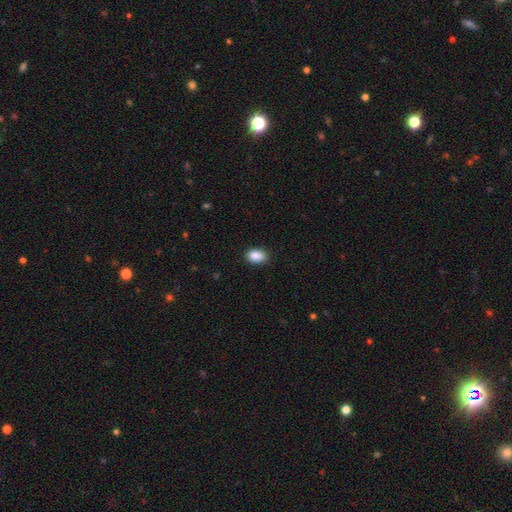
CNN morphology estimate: Smooth or featured: smooth — 89% (star or artifact — 8%)
How rounded: in between — 81% (round — 18%)
Merging: none — 87% (minor disturbance — 10%)